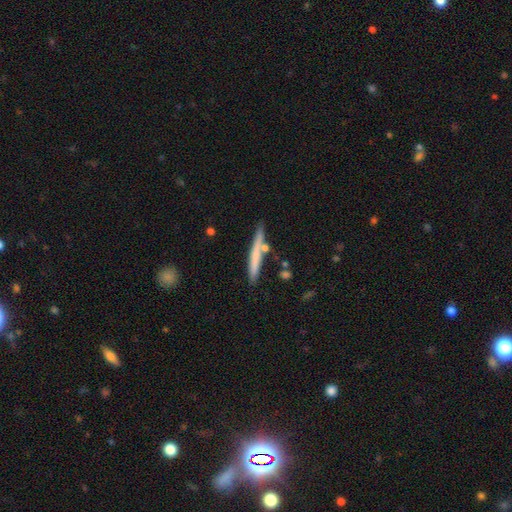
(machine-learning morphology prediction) This appears to be a smooth galaxy with no disk features (58%) that is cigar-shaped (95%). Merging: none (76%).